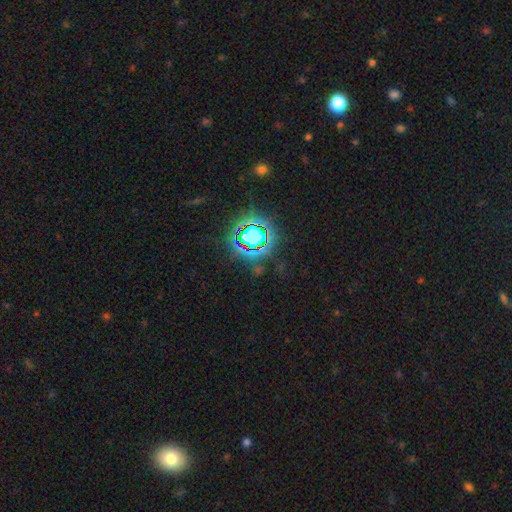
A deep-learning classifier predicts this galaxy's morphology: Q: Smooth or featured?
A: star or artifact (81%); runner-up: smooth (12%)